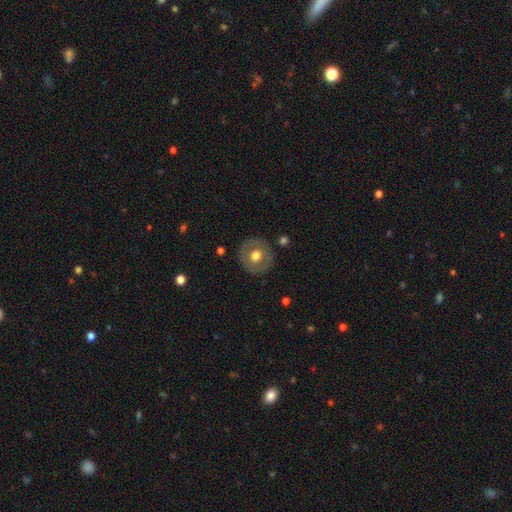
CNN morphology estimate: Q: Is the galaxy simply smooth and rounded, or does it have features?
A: smooth — 57%.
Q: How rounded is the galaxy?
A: round — 91%.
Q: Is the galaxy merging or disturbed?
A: none — 87%.